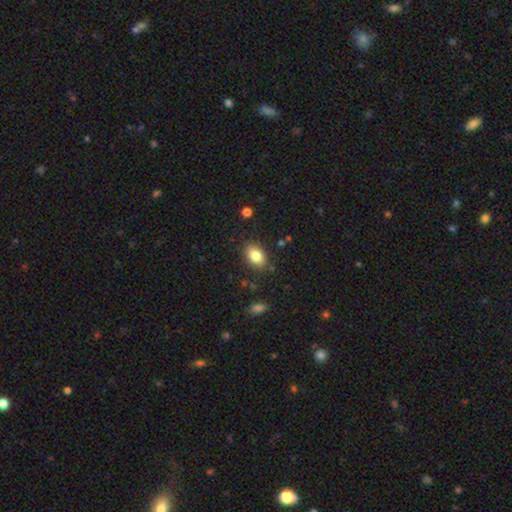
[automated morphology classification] This is clearly a smooth galaxy (84%). How rounded: clearly in between (84%). Merging: clearly none (84%).